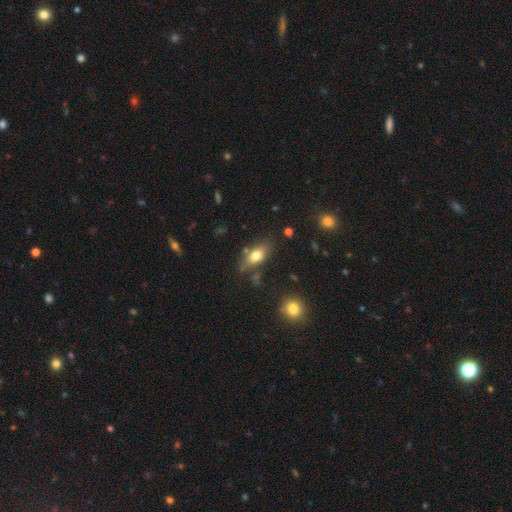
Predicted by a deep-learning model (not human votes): smooth-or-featured: smooth: 75% | featured or disk: 16% | star or artifact: 9%
  how-rounded: in between: 84% | cigar-shaped: 9% | round: 7%
  merging: none: 70% | minor disturbance: 18% | merger: 7% | major disturbance: 5%